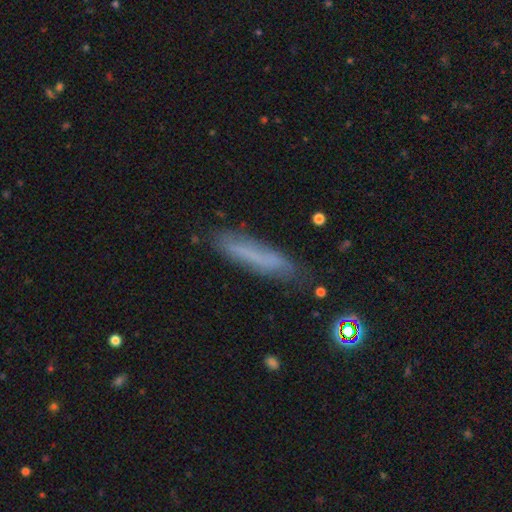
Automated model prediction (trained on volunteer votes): This appears to be a smooth galaxy with no disk features (58%) that is cigar-shaped (87%). Merging: none (72%).